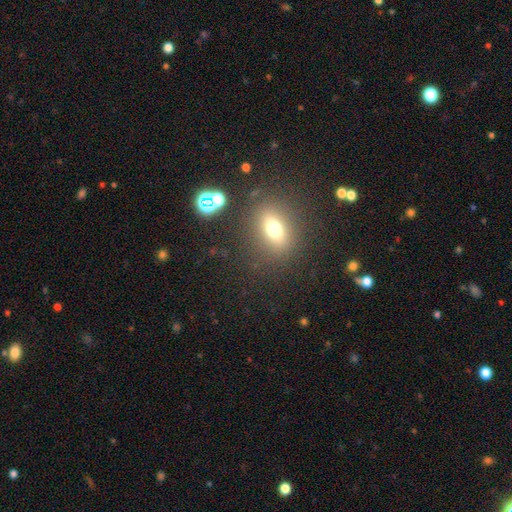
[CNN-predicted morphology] Smooth or featured?
  - smooth: 55% *
  - star or artifact: 29%
  - featured or disk: 16%
How rounded?
  - in between: 58% *
  - round: 38%
  - cigar-shaped: 4%
Merging?
  - none: 82% *
  - minor disturbance: 9%
  - merger: 5%
  - major disturbance: 4%